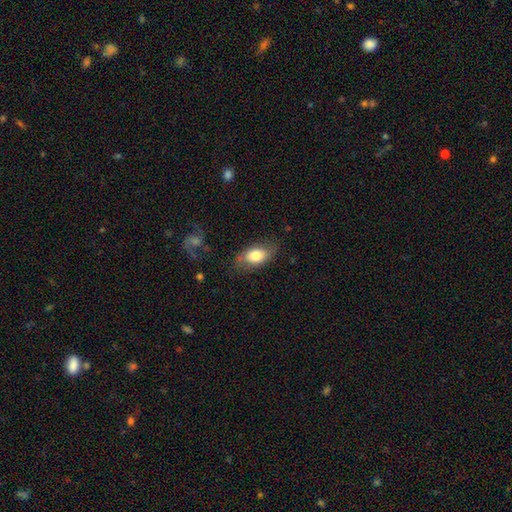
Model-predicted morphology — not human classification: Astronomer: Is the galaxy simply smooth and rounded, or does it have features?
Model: smooth — 75%.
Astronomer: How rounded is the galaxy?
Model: in between — 89%.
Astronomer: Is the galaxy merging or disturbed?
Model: none — 70%.